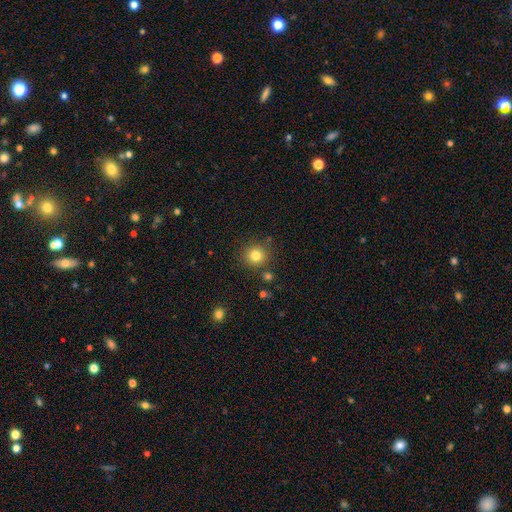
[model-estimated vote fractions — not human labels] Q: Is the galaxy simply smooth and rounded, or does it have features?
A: smooth — 81%.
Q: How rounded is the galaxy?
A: round — 91%.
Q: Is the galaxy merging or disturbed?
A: none — 84%.